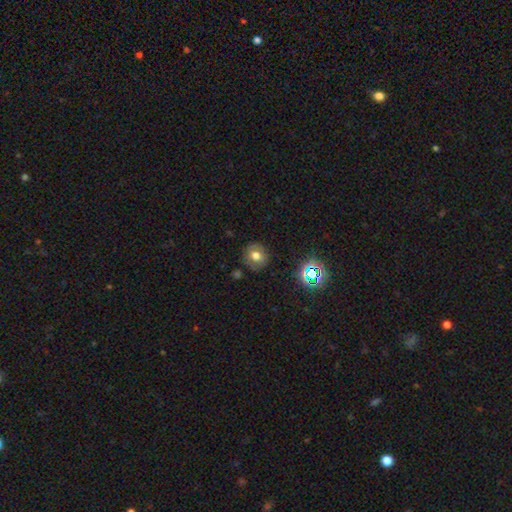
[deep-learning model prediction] smooth-or-featured: smooth: 61% | featured or disk: 23% | star or artifact: 16%
  how-rounded: round: 84% | in between: 15% | cigar-shaped: 1%
  merging: none: 83% | minor disturbance: 12% | major disturbance: 4% | merger: 2%